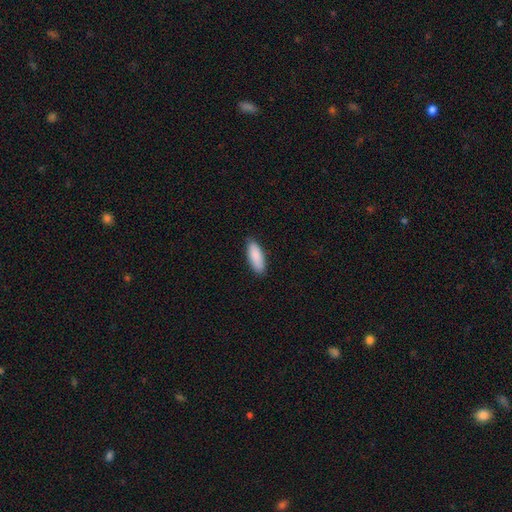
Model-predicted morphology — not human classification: A smooth galaxy with no disk features (90%) that is in between round and cigar-shaped (69%).

Vote fractions:
- Smooth or featured? smooth: 90% / star or artifact: 5% / featured or disk: 5%
- How rounded? in between: 69% / cigar-shaped: 29% / round: 2%
- Merging? none: 87% / minor disturbance: 10% / major disturbance: 2% / merger: 1%